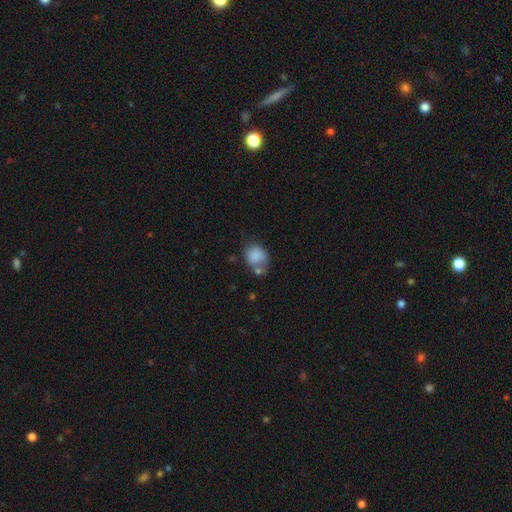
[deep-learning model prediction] This is clearly a smooth galaxy (83%). How rounded: likely round (61%). Merging: marginally none (43%).